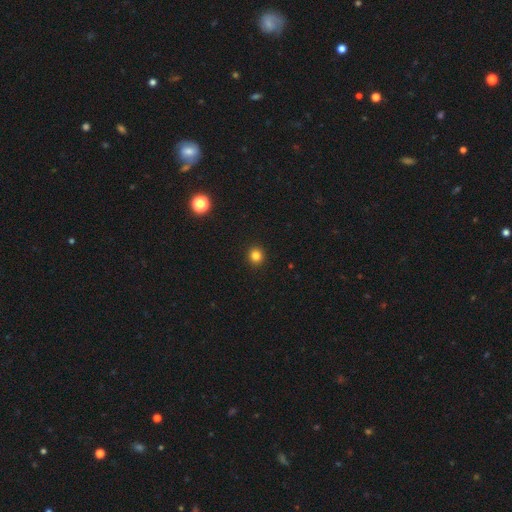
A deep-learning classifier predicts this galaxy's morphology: smooth-or-featured: smooth: 83% | star or artifact: 13% | featured or disk: 4%
  how-rounded: round: 89% | in between: 10% | cigar-shaped: 1%
  merging: none: 93% | minor disturbance: 4% | major disturbance: 2% | merger: 1%